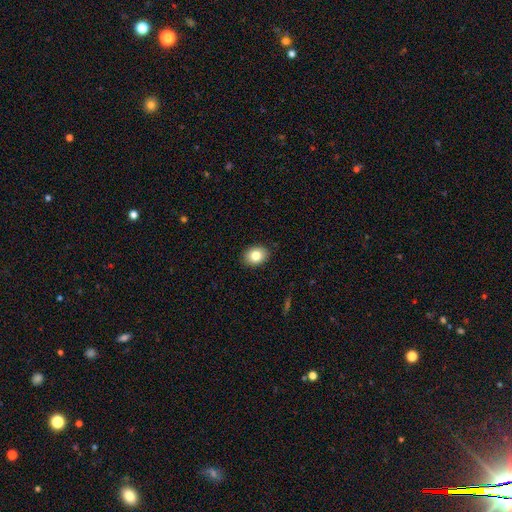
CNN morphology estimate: smooth 83%, star or artifact 9%, featured or disk 9%. Down the decision tree: how rounded — in between (63%); merging — none (89%).